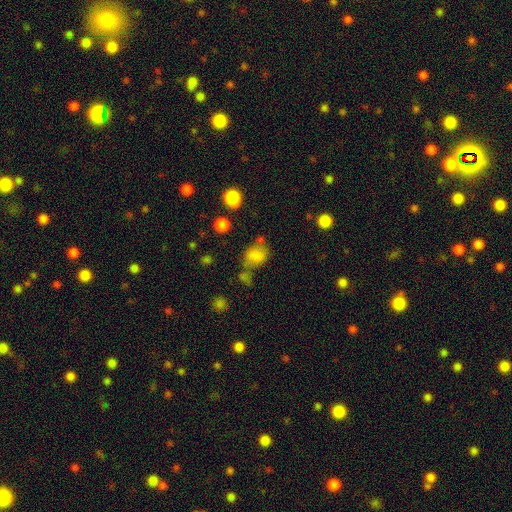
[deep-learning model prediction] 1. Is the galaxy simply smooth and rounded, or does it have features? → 75% smooth, 13% star or artifact, 11% featured or disk.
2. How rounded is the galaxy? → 58% in between, 40% round, 1% cigar-shaped.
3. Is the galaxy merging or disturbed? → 52% none, 19% minor disturbance, 18% merger, 10% major disturbance.